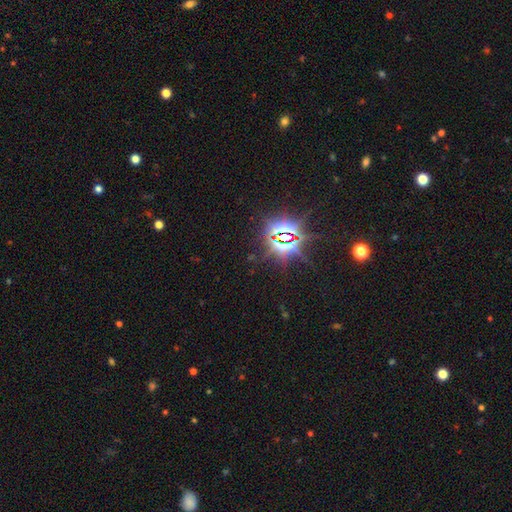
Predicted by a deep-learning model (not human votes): Smooth or featured? Predicted: star or artifact (p=0.84).